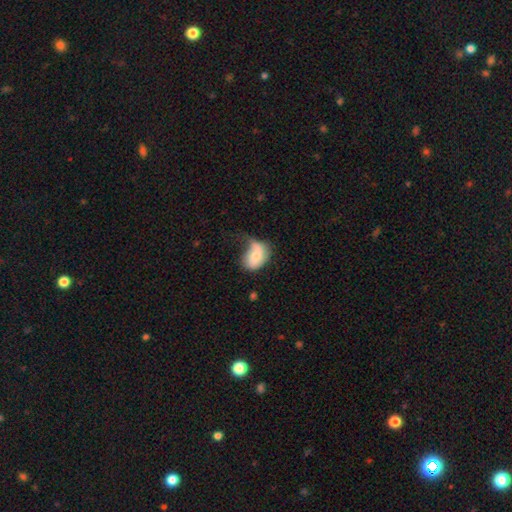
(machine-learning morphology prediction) A smooth galaxy with no disk features (67%) that is in between round and cigar-shaped (82%). Merging: minor disturbance (37%).